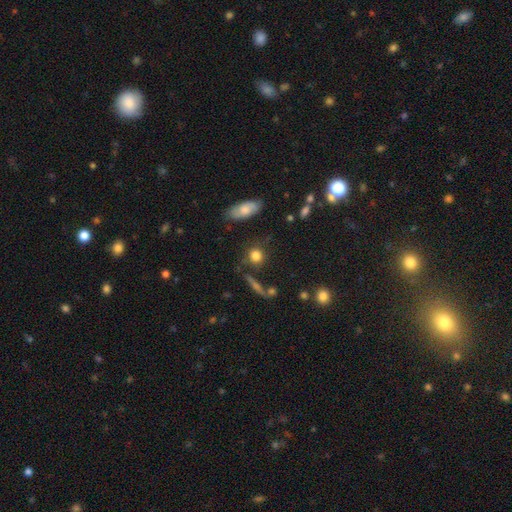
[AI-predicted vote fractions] Overall: smooth (79%). How rounded: round (83%). Merging: none (73%).